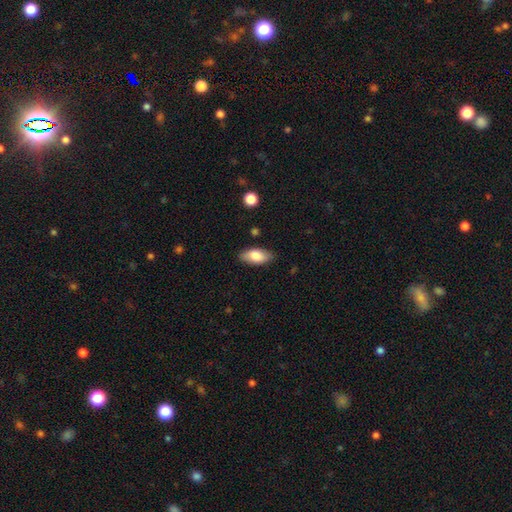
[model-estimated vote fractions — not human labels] A smooth galaxy with no disk features (80%) that is in between round and cigar-shaped (90%).

Vote fractions:
- Smooth or featured? smooth: 80% / featured or disk: 14% / star or artifact: 6%
- How rounded? in between: 90% / cigar-shaped: 8% / round: 3%
- Merging? none: 86% / minor disturbance: 11% / major disturbance: 2% / merger: 1%